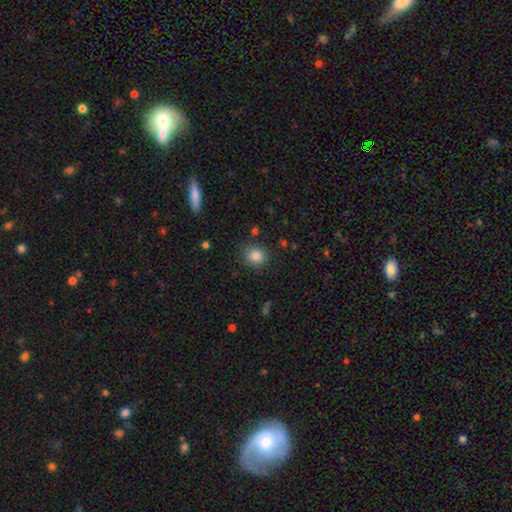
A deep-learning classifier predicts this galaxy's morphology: smooth-or-featured: smooth: 85% | star or artifact: 10% | featured or disk: 5%
  how-rounded: round: 79% | in between: 20% | cigar-shaped: 1%
  merging: none: 83% | minor disturbance: 11% | major disturbance: 3% | merger: 2%